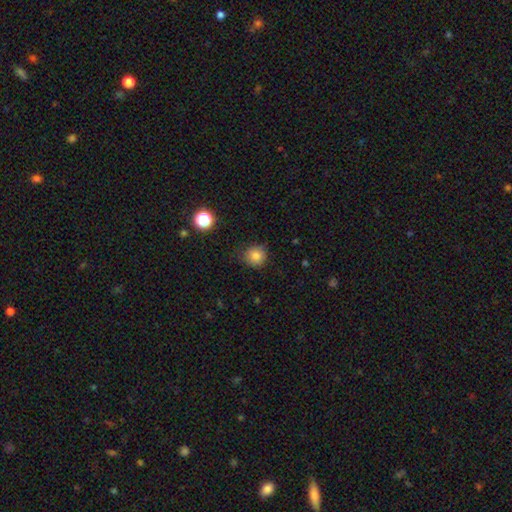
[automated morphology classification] A smooth galaxy with no disk features (82%) that is round (90%). Merging: none (81%).